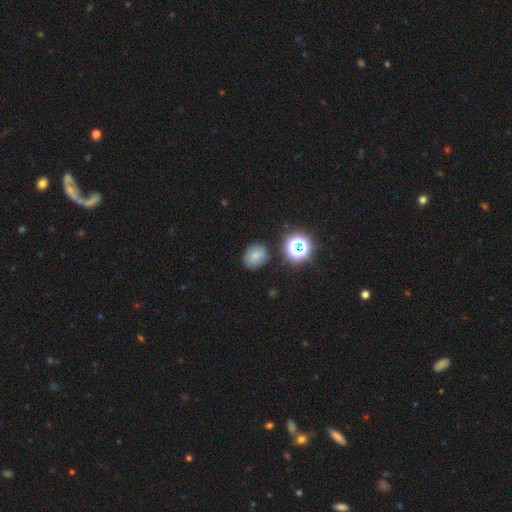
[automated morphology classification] The model was most divided on "how rounded": round: 57%, in between: 42%, cigar-shaped: 1%. More confident: merging — none (78%); smooth or featured — smooth (71%).